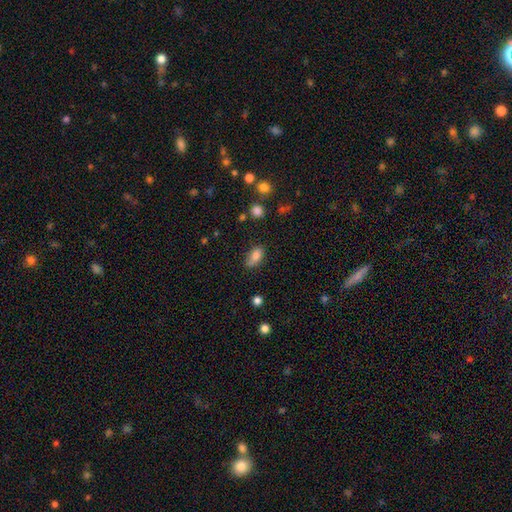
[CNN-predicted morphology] Smooth or featured?
  - smooth: 81% *
  - featured or disk: 10%
  - star or artifact: 9%
How rounded?
  - in between: 87% *
  - cigar-shaped: 8%
  - round: 5%
Merging?
  - none: 68% *
  - minor disturbance: 23%
  - major disturbance: 5%
  - merger: 4%